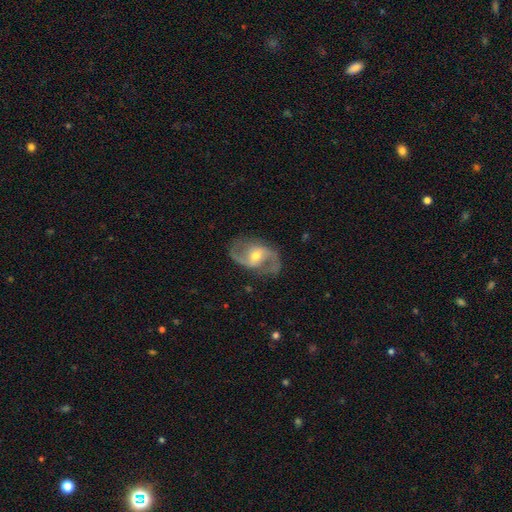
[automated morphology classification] Smooth or featured? Predicted: featured or disk (p=0.90). Edge-on disk? Predicted: no (p=0.97). Bar? Predicted: weak (p=0.42). Spiral arms? Predicted: yes (p=0.96). Spiral winding? Predicted: medium (p=0.50). Spiral arm count? Predicted: 2 (p=0.93). Bulge size? Predicted: moderate (p=0.57). Merging? Predicted: none (p=0.80).